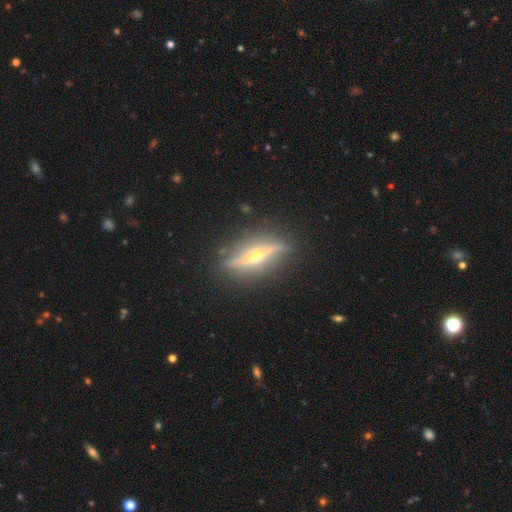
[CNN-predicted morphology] featured or disk 81%, smooth 13%, star or artifact 6%. Down the decision tree: edge-on disk — yes (92%); edge-on bulge — rounded (93%); merging — none (86%).